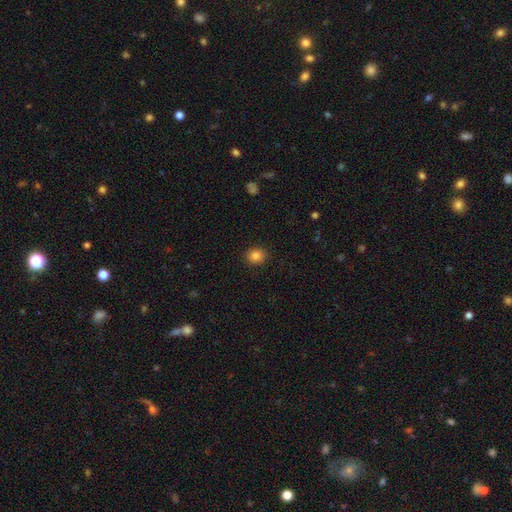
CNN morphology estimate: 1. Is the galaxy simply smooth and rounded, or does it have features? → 84% smooth, 11% star or artifact, 5% featured or disk.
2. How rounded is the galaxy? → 78% round, 21% in between, 1% cigar-shaped.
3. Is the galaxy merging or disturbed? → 90% none, 7% minor disturbance, 2% major disturbance, 1% merger.